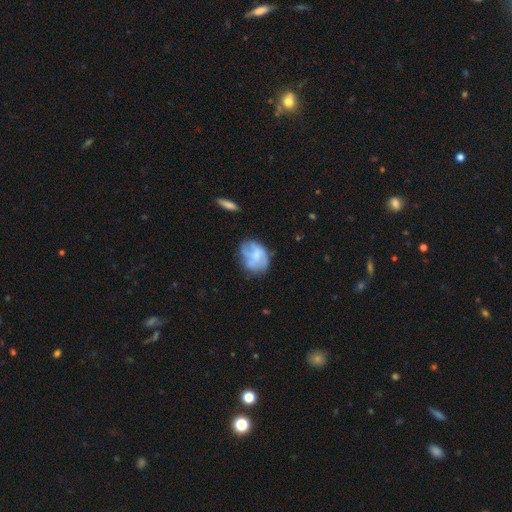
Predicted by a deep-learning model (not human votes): Smooth or featured? smooth (52%)
How rounded? in between (62%)
Merging? none (50%)